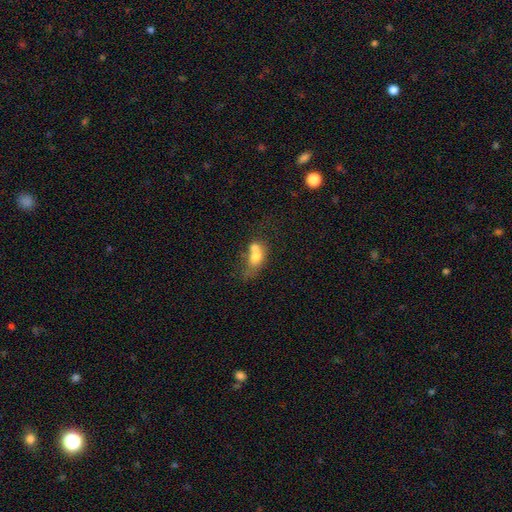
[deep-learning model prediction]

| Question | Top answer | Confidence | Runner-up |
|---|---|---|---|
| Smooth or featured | smooth | 66% | featured or disk (25%) |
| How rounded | in between | 63% | round (33%) |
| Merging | merger | 63% | none (20%) |